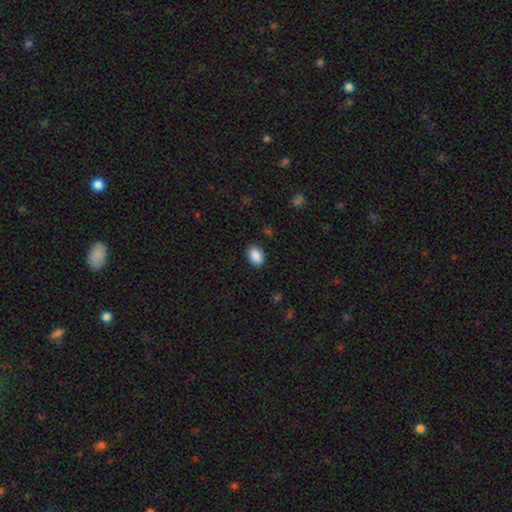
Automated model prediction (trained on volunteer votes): The model was most divided on "how rounded": in between: 75%, round: 24%, cigar-shaped: 1%. More confident: smooth or featured — smooth (89%); merging — none (88%).